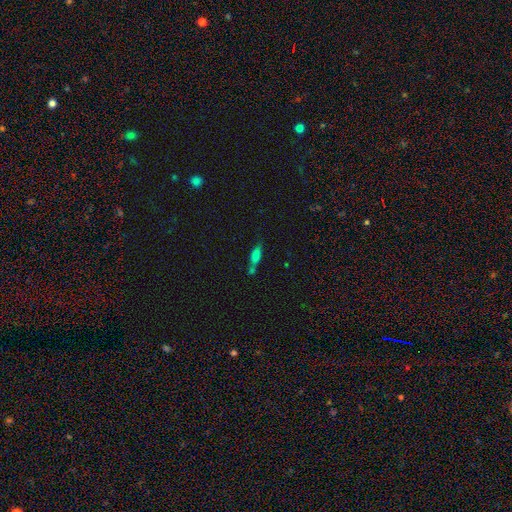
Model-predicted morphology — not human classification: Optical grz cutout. It shows a smooth galaxy with no disk features (66%) that is cigar-shaped (50%). Merging: none (49%).